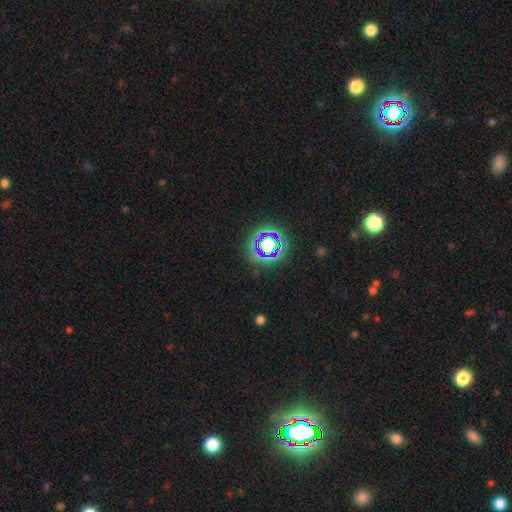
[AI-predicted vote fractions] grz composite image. It shows a star or artifact, not a galaxy (76%).